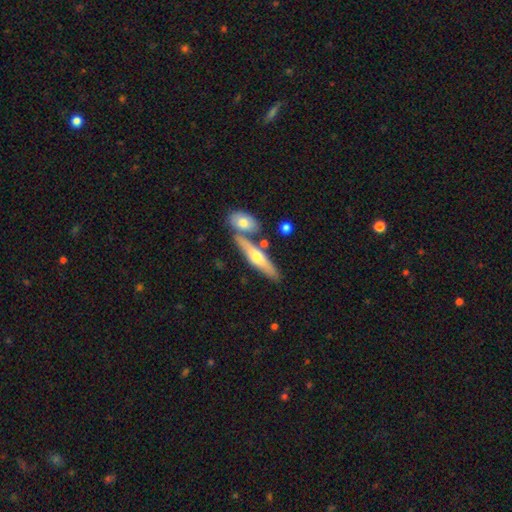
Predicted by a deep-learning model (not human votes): featured or disk 47% (tied), smooth 47% (tied), star or artifact 5%. Down the decision tree: merging — none (65%).